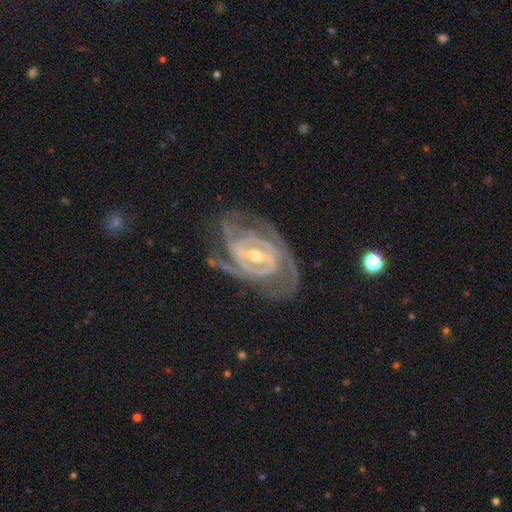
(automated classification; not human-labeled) This appears to be a featured or disk galaxy (92%) with a strong bar (50%), 2 (39%) tight (61%) spiral arms (97%) and a small central bulge (55%). Merging: none (65%).